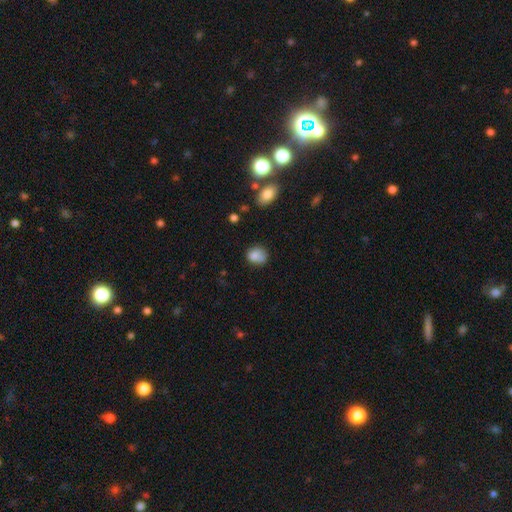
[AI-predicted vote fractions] This is clearly a smooth galaxy (81%). How rounded: possibly round (60%). Merging: possibly none (54%).